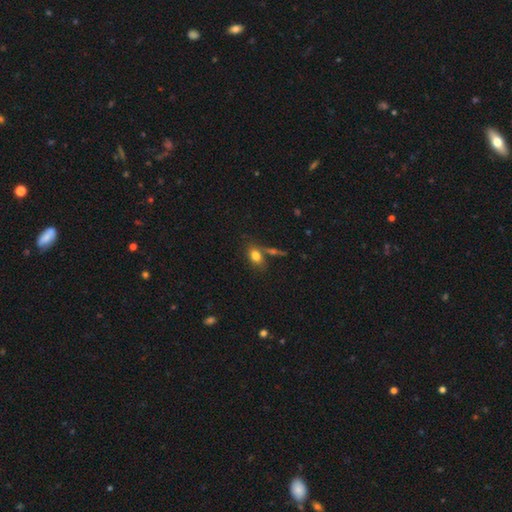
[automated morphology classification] smooth 79%, featured or disk 11%, star or artifact 10%. Down the decision tree: how rounded — in between (77%); merging — none (62%).